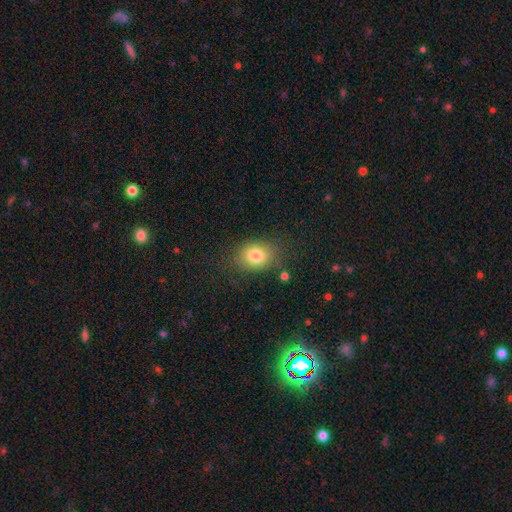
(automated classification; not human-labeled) Smooth or featured? smooth (81%)
How rounded? in between (60%)
Merging? none (76%)